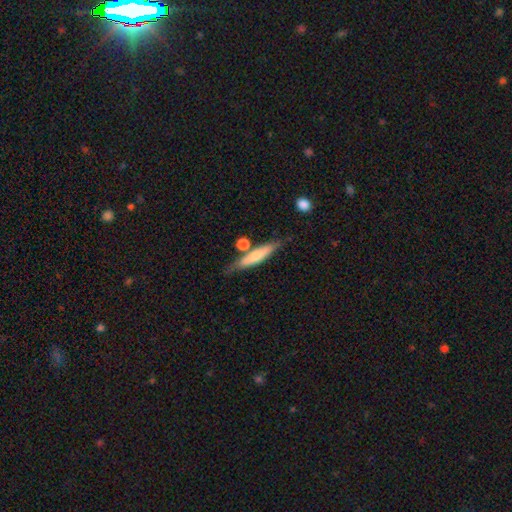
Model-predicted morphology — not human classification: type=smooth (59%); roundness=cigar-shaped (82%); merging=none (66%).